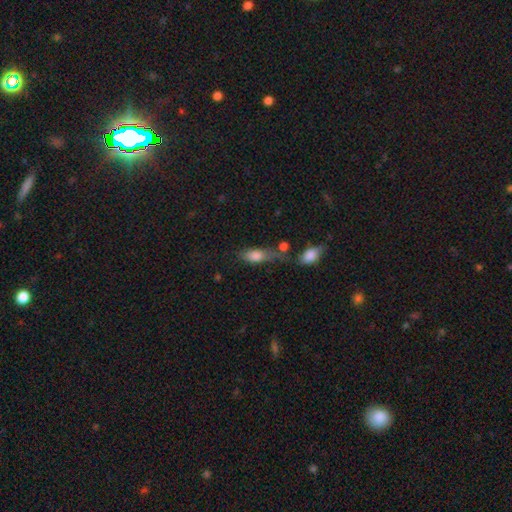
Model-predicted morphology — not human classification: smooth-or-featured: smooth: 77% | featured or disk: 15% | star or artifact: 9%
  how-rounded: in between: 77% | cigar-shaped: 17% | round: 6%
  merging: none: 38% | merger: 24% | minor disturbance: 23% | major disturbance: 15%